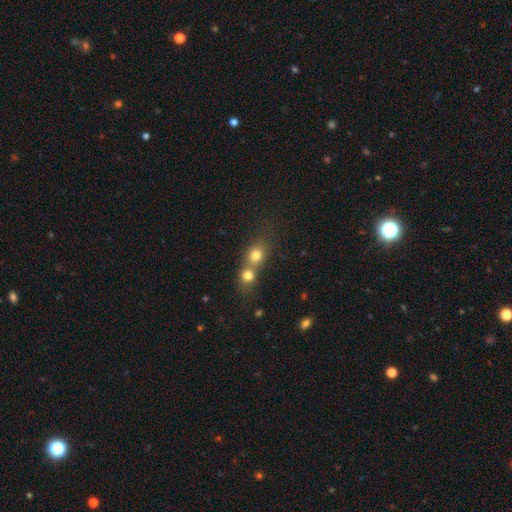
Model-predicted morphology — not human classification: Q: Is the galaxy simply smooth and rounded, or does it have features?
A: smooth — 74%.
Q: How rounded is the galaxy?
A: round — 71%.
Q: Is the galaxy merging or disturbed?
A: merger — 63%.